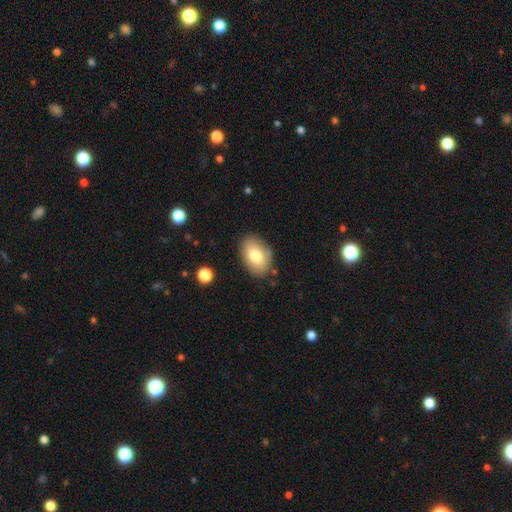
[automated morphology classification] smooth_or_featured: smooth (p=0.79) [alt: featured or disk p=0.14]
how_rounded: in between (p=0.88) [alt: round p=0.11]
merging: none (p=0.83) [alt: minor disturbance p=0.12]